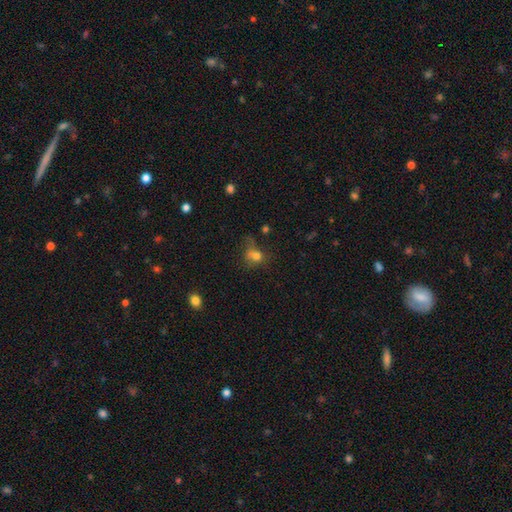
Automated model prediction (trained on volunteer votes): A smooth galaxy with no disk features (69%) that is round (58%).

Vote fractions:
- Smooth or featured? smooth: 69% / star or artifact: 16% / featured or disk: 14%
- How rounded? round: 58% / in between: 41% / cigar-shaped: 1%
- Merging? none: 39% / major disturbance: 27% / minor disturbance: 25% / merger: 9%